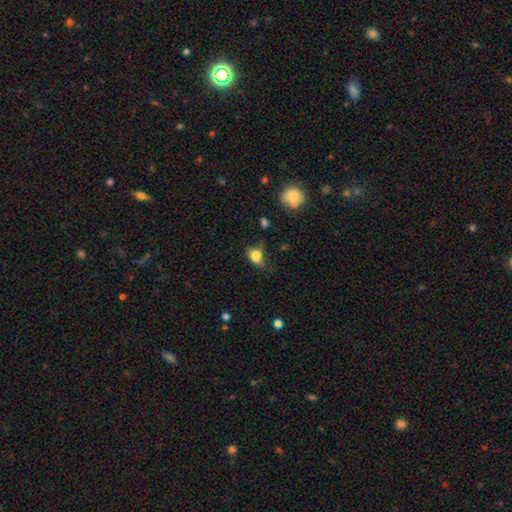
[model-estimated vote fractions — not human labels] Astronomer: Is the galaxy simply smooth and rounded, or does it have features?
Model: smooth — 74%.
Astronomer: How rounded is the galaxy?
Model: in between — 69%.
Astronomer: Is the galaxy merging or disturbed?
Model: none — 31% (runner-up: minor disturbance, 29%).